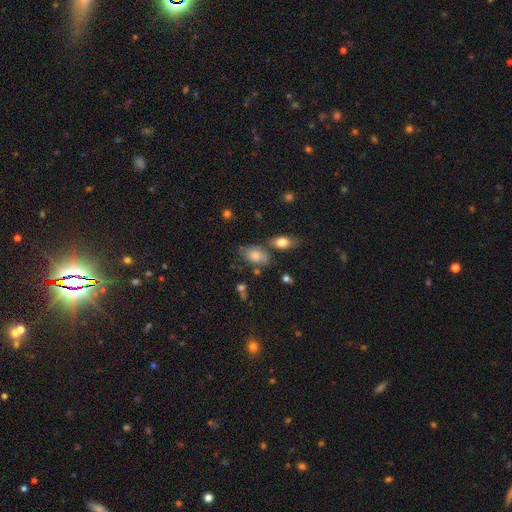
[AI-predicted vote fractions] The model was most divided on "merging": none: 59%, minor disturbance: 21%, merger: 13%, major disturbance: 7%. More confident: how rounded — in between (87%); smooth or featured — smooth (78%).